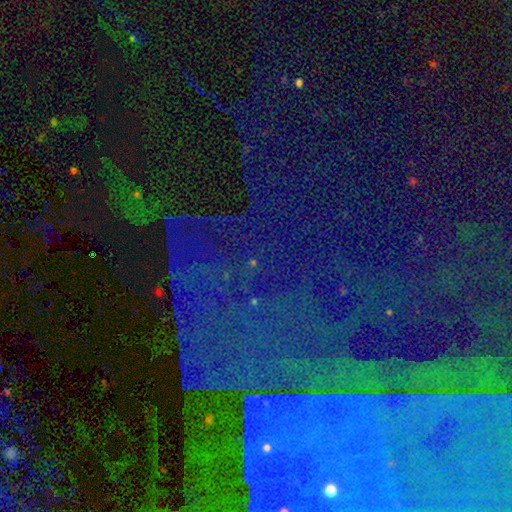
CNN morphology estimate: smooth-or-featured: star or artifact: 80% | featured or disk: 10% | smooth: 10%